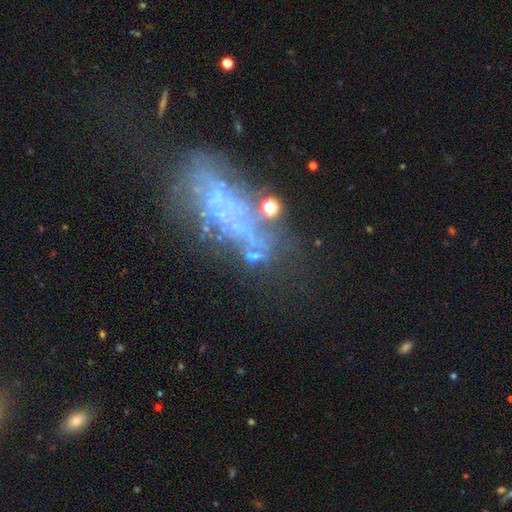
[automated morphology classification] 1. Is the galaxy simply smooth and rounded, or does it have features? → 42% featured or disk, 35% star or artifact, 23% smooth.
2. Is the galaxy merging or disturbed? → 43% none, 26% major disturbance, 17% merger, 14% minor disturbance.